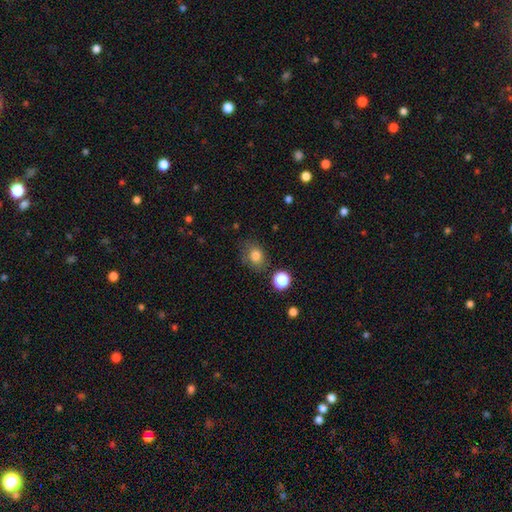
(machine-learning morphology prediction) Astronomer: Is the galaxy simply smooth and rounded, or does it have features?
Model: smooth — 81%.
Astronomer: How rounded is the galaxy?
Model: round — 52% (runner-up: in between, 47%).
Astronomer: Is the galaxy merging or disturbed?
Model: none — 70%.